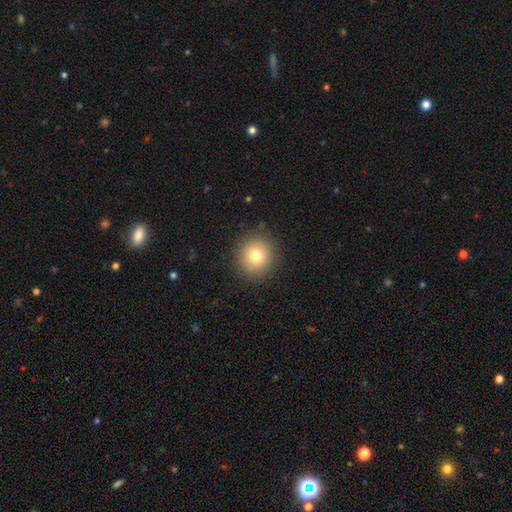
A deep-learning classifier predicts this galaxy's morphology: This is likely a smooth galaxy (78%). How rounded: clearly round (93%). Merging: clearly none (89%).